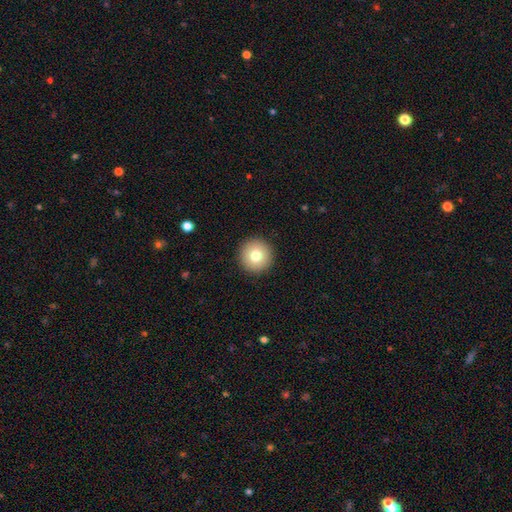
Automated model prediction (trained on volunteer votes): Smooth or featured? smooth (77%)
How rounded? round (96%)
Merging? none (93%)